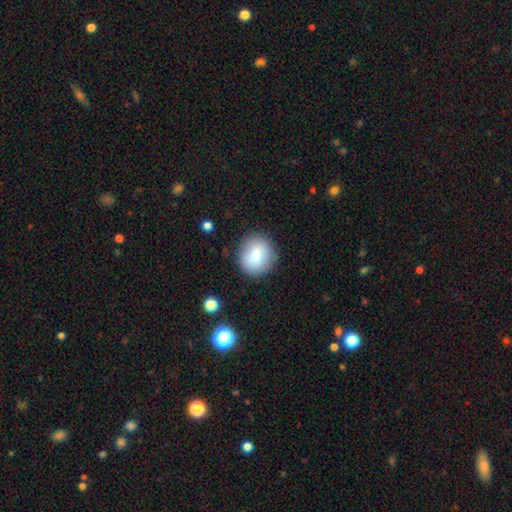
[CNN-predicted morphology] type=smooth (77%); roundness=round (79%); merging=none (80%).